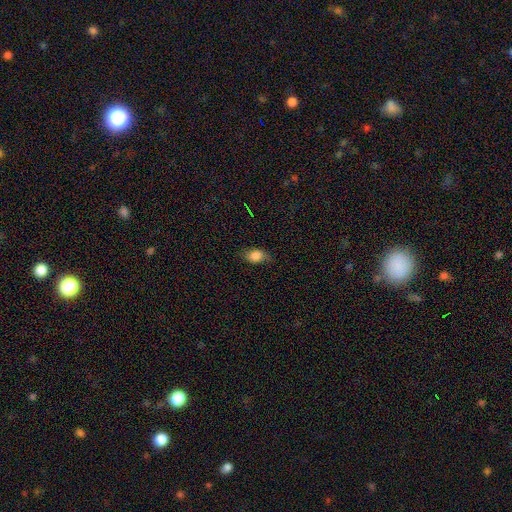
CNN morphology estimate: smooth_or_featured: smooth (p=0.82) [alt: star or artifact p=0.10]
how_rounded: in between (p=0.78) [alt: round p=0.19]
merging: none (p=0.70) [alt: minor disturbance p=0.23]